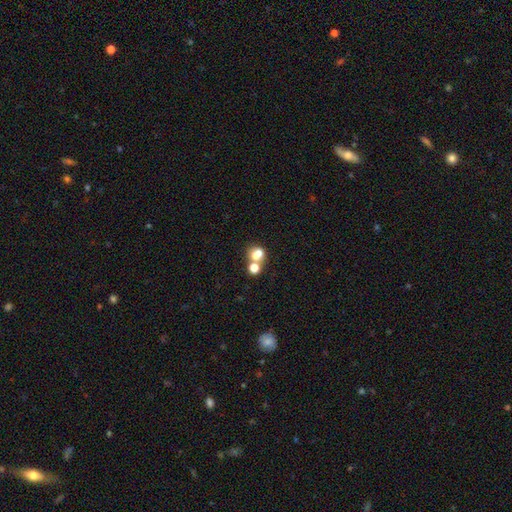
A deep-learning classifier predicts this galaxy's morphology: smooth_or_featured: smooth (p=0.69) [alt: star or artifact p=0.16]
how_rounded: round (p=0.64) [alt: in between p=0.35]
merging: merger (p=0.52) [alt: none p=0.36]